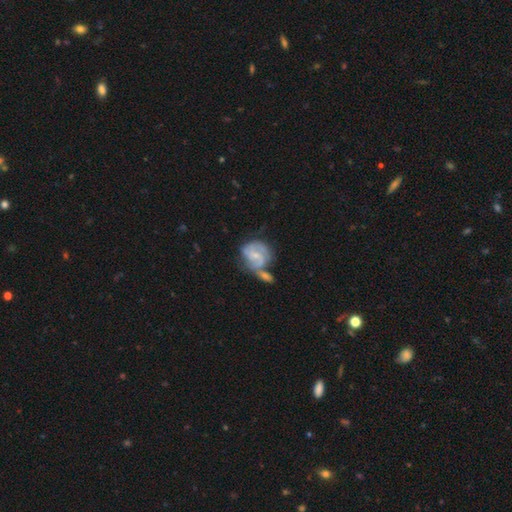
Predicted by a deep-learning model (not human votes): This appears to be a featured or disk galaxy (76%) with no bar (47%), 2 (59%) tight (44%) spiral arms (90%) and a small central bulge (62%). Merging: merger (42%).